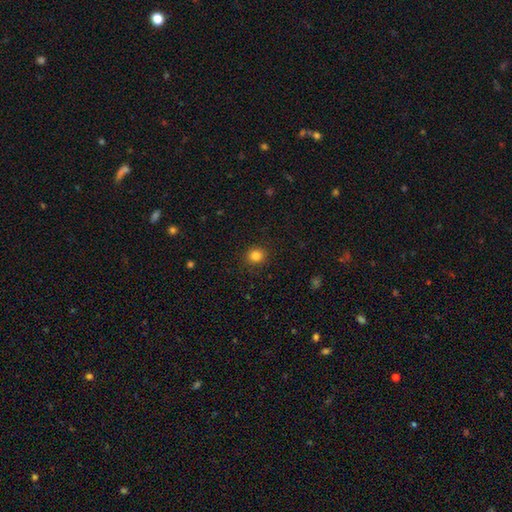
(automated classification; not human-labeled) Smooth or featured? Predicted: smooth (p=0.84). How rounded? Predicted: round (p=0.82). Merging? Predicted: none (p=0.90).